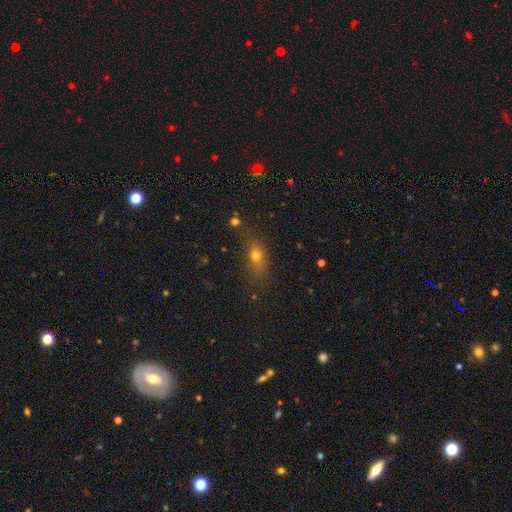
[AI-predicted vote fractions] smooth_or_featured: smooth (p=0.66) [alt: star or artifact p=0.18]
how_rounded: in between (p=0.64) [alt: round p=0.21]
merging: none (p=0.68) [alt: minor disturbance p=0.19]